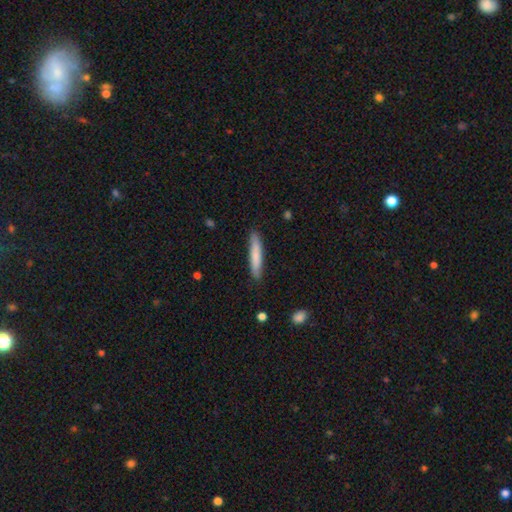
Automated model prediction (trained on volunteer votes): Morphology: type=smooth (76%); roundness=cigar-shaped (92%); merging=none (86%).